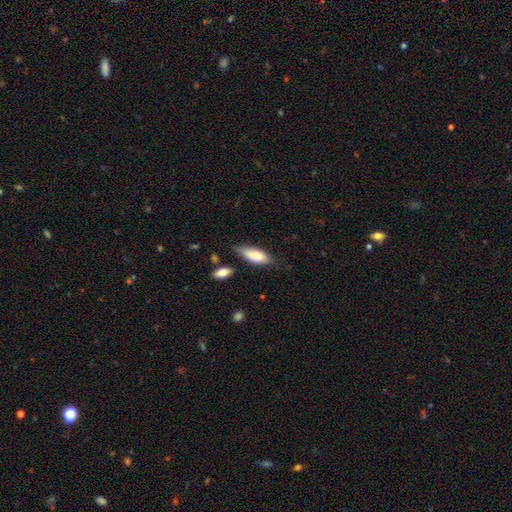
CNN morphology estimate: Smooth or featured?
  - smooth: 83% *
  - featured or disk: 11%
  - star or artifact: 6%
How rounded?
  - in between: 71% *
  - cigar-shaped: 27%
  - round: 2%
Merging?
  - none: 60% *
  - minor disturbance: 29%
  - major disturbance: 7%
  - merger: 4%